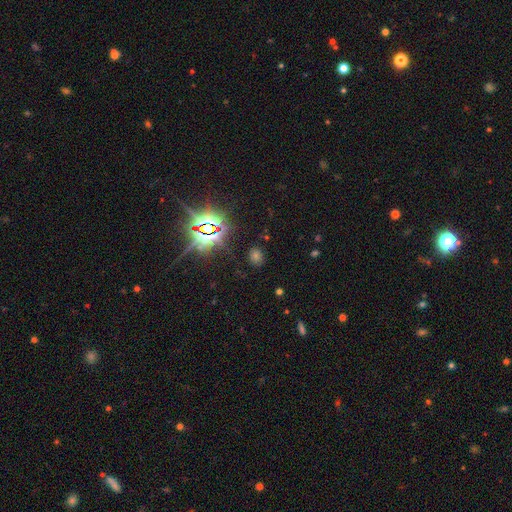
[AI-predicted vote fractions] This is likely a star or artifact rather than a galaxy (60%).